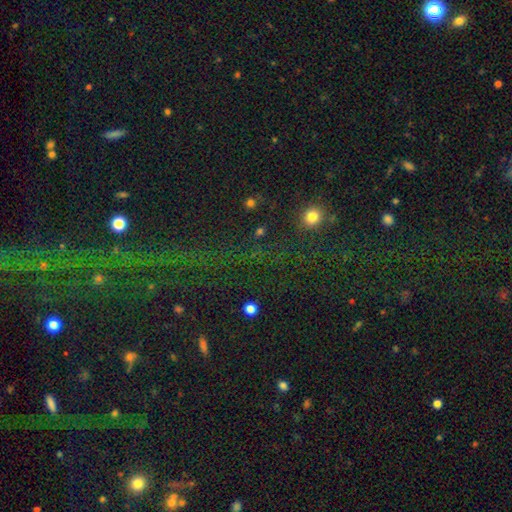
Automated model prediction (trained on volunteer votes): Q: Smooth or featured?
A: star or artifact (68%); runner-up: smooth (21%)